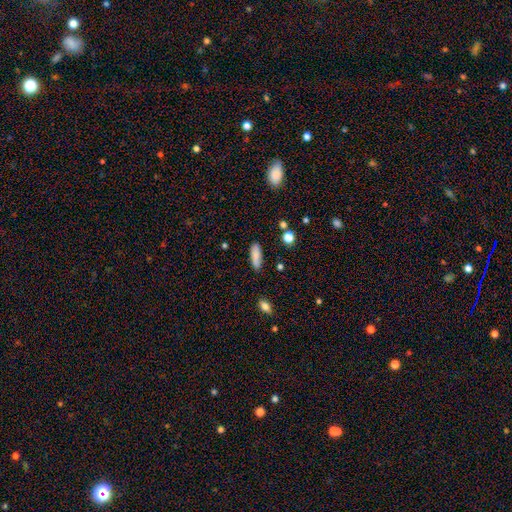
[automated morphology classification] smooth_or_featured: smooth (p=0.86) [alt: star or artifact p=0.07]
how_rounded: in between (p=0.52) [alt: cigar-shaped p=0.46]
merging: none (p=0.85) [alt: minor disturbance p=0.11]